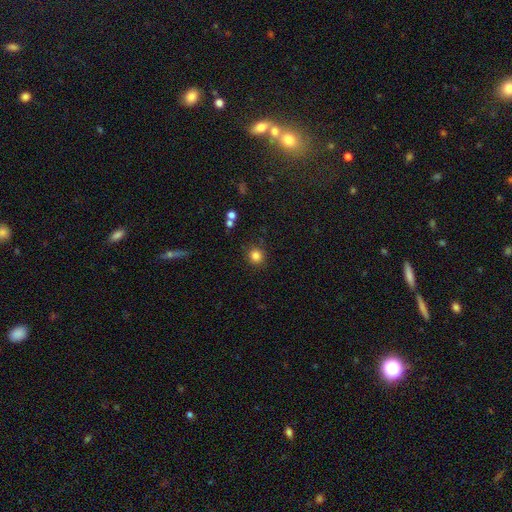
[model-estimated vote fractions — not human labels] This appears to be a smooth galaxy with no disk features (84%) that is round (89%). Merging: none (85%).